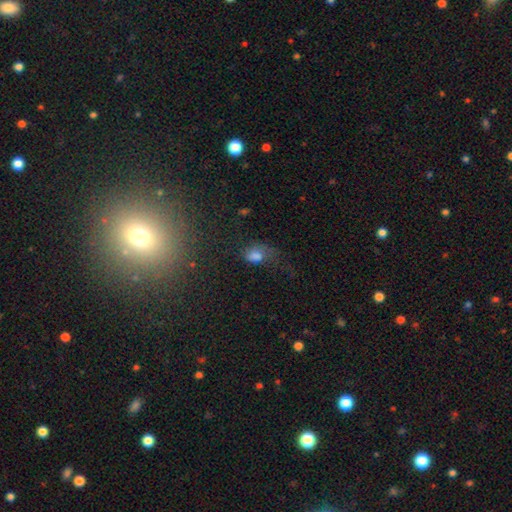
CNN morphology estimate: A smooth galaxy with no disk features (69%) that is in between round and cigar-shaped (71%).

Vote fractions:
- Smooth or featured? smooth: 69% / star or artifact: 16% / featured or disk: 14%
- How rounded? in between: 71% / round: 27% / cigar-shaped: 2%
- Merging? none: 36% / major disturbance: 31% / minor disturbance: 28% / merger: 5%